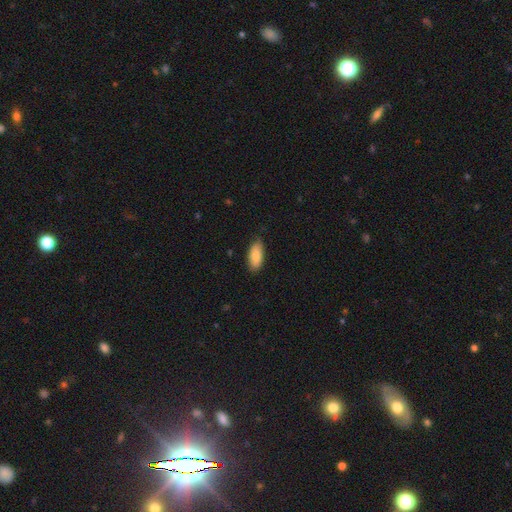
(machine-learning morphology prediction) A smooth galaxy with no disk features (86%) that is in between round and cigar-shaped (87%).

Vote fractions:
- Smooth or featured? smooth: 86% / featured or disk: 8% / star or artifact: 6%
- How rounded? in between: 87% / cigar-shaped: 11% / round: 2%
- Merging? none: 82% / minor disturbance: 15% / major disturbance: 2% / merger: 1%